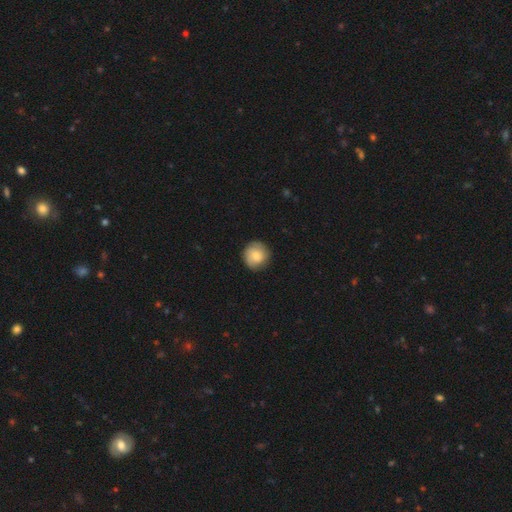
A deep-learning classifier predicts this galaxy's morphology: smooth 72%, featured or disk 21%, star or artifact 7%. Down the decision tree: how rounded — round (92%); merging — none (85%).